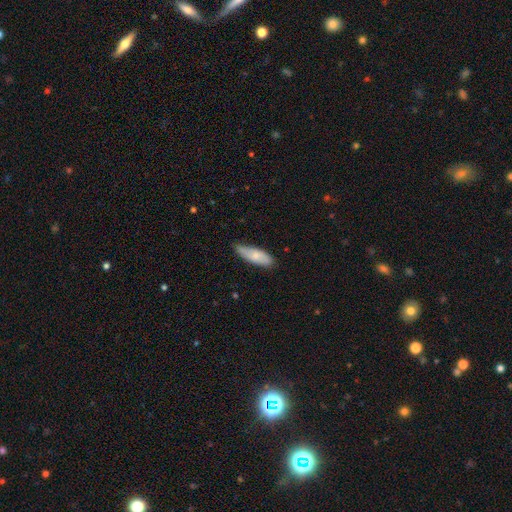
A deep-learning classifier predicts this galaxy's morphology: smooth 76%, featured or disk 19%, star or artifact 5%. Down the decision tree: how rounded — in between (64%); merging — none (69%).